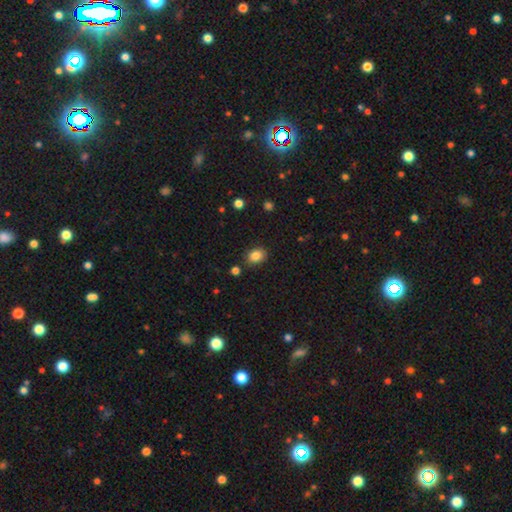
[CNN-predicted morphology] Smooth or featured: smooth — 85% (star or artifact — 10%)
How rounded: in between — 65% (round — 34%)
Merging: none — 85% (minor disturbance — 10%)